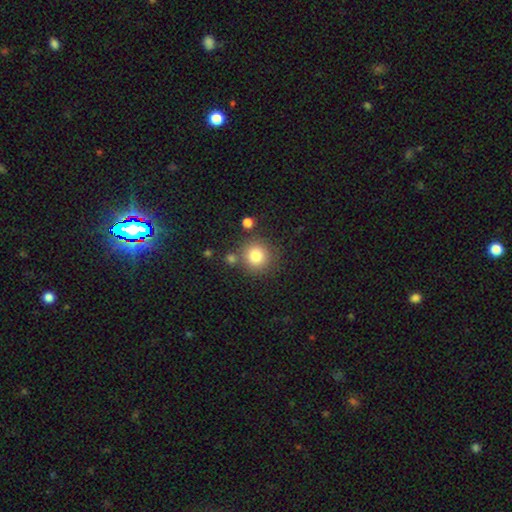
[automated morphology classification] Overall: smooth (81%). How rounded: round (91%). Merging: none (78%).